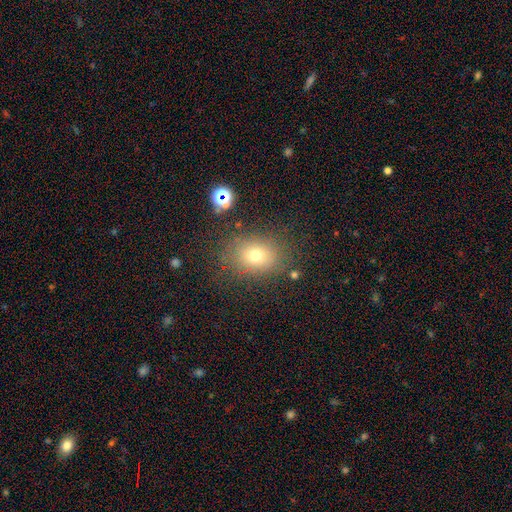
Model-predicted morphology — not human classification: Smooth or featured: smooth — 70% (star or artifact — 17%)
How rounded: in between — 59% (round — 40%)
Merging: none — 80% (minor disturbance — 12%)